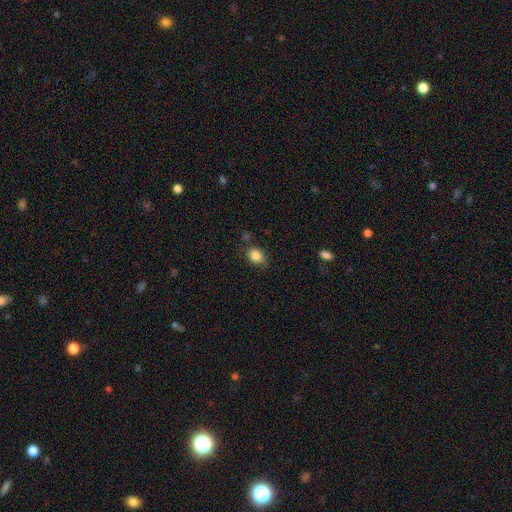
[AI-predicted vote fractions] smooth_or_featured: smooth (p=0.85) [alt: star or artifact p=0.09]
how_rounded: in between (p=0.64) [alt: round p=0.35]
merging: none (p=0.72) [alt: minor disturbance p=0.19]